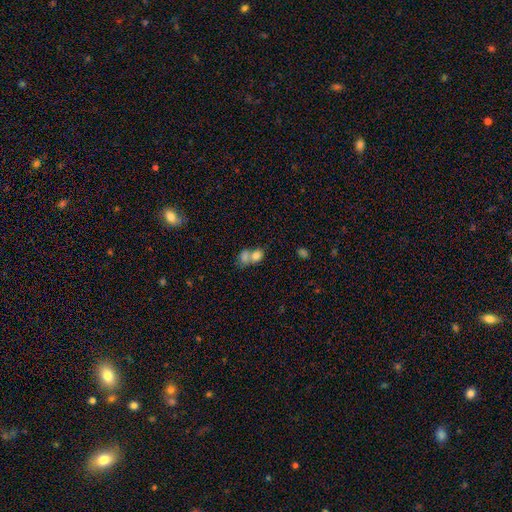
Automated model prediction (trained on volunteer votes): A smooth galaxy with no disk features (75%) that is in between round and cigar-shaped (57%).

Vote fractions:
- Smooth or featured? smooth: 75% / featured or disk: 15% / star or artifact: 10%
- How rounded? in between: 57% / round: 41% / cigar-shaped: 2%
- Merging? merger: 68% / none: 21% / minor disturbance: 7% / major disturbance: 5%